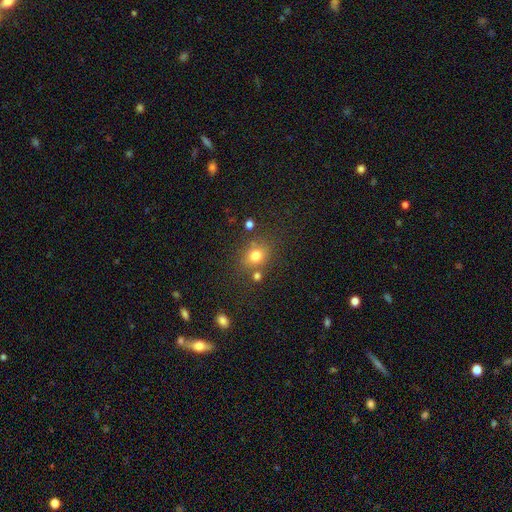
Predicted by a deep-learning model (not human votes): Morphology: type=smooth (76%); roundness=round (64%); merging=none (70%).